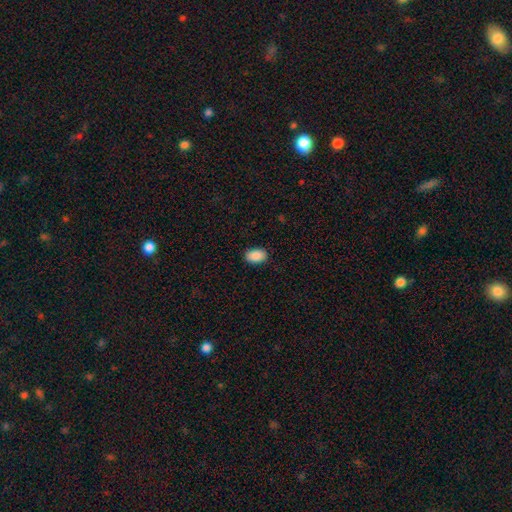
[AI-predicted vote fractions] Smooth or featured?
  - smooth: 90% *
  - star or artifact: 7%
  - featured or disk: 3%
How rounded?
  - in between: 90% *
  - round: 9%
  - cigar-shaped: 1%
Merging?
  - none: 88% *
  - minor disturbance: 9%
  - major disturbance: 2%
  - merger: 1%